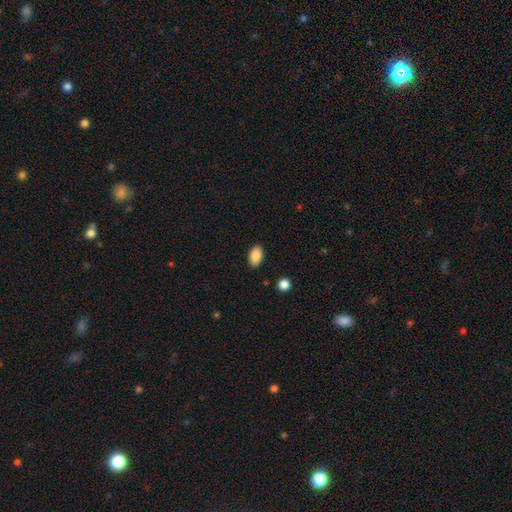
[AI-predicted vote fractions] The model was most divided on "merging": none: 88%, minor disturbance: 8%, major disturbance: 2%, merger: 1%. More confident: how rounded — in between (93%); smooth or featured — smooth (88%).